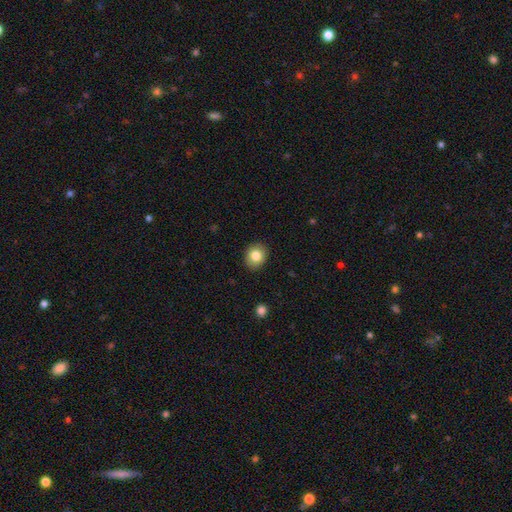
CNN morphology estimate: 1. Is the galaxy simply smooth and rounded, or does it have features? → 82% smooth, 9% star or artifact, 9% featured or disk.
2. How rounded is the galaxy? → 68% round, 32% in between, 1% cigar-shaped.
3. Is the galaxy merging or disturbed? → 90% none, 7% minor disturbance, 2% major disturbance, 1% merger.